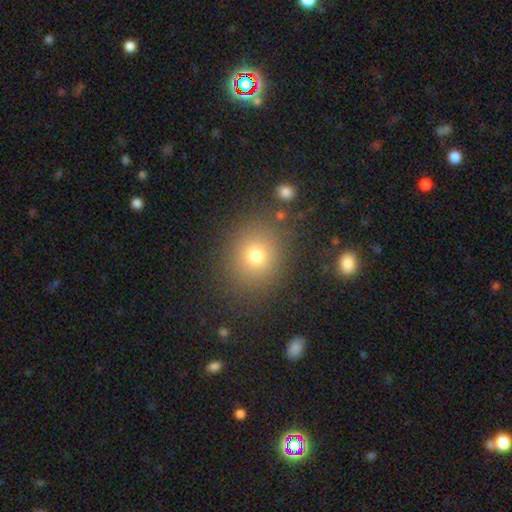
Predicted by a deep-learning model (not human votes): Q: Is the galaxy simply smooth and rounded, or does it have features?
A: smooth — 72%.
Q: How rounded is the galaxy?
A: round — 74%.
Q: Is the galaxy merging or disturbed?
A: none — 84%.